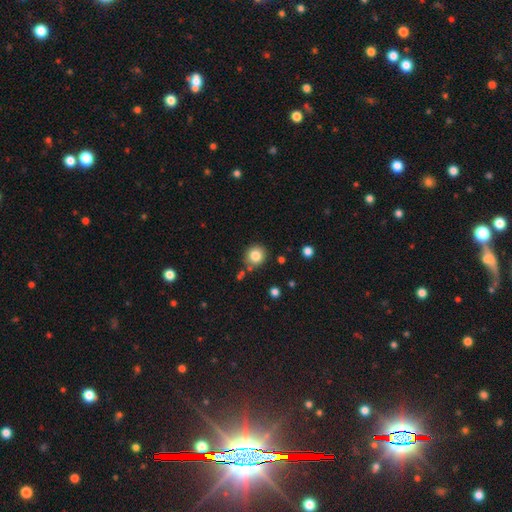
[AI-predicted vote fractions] This is clearly a smooth galaxy (83%). How rounded: clearly round (90%). Merging: clearly none (82%).